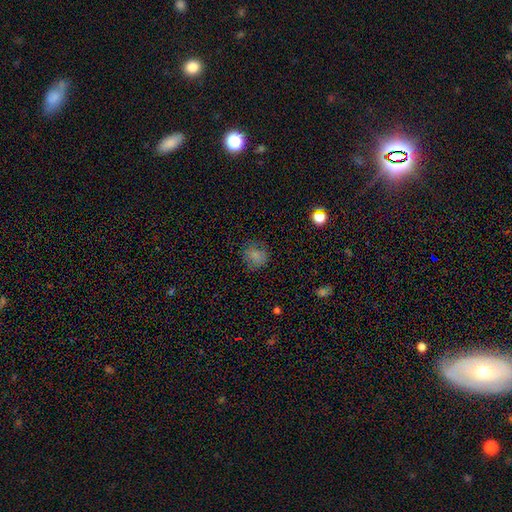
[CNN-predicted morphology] Smooth or featured?
  - smooth: 81% *
  - star or artifact: 12%
  - featured or disk: 7%
How rounded?
  - round: 84% *
  - in between: 16%
  - cigar-shaped: 1%
Merging?
  - none: 77% *
  - minor disturbance: 17%
  - major disturbance: 5%
  - merger: 1%